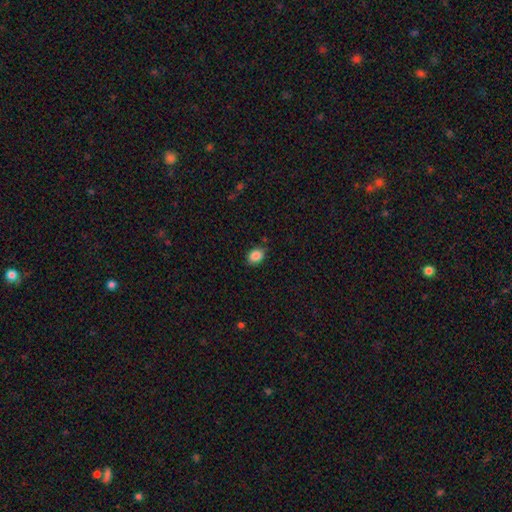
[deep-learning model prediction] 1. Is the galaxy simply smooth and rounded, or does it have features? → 87% smooth, 9% star or artifact, 4% featured or disk.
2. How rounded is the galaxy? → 65% in between, 34% round, 1% cigar-shaped.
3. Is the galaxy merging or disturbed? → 82% none, 13% minor disturbance, 3% major disturbance, 2% merger.